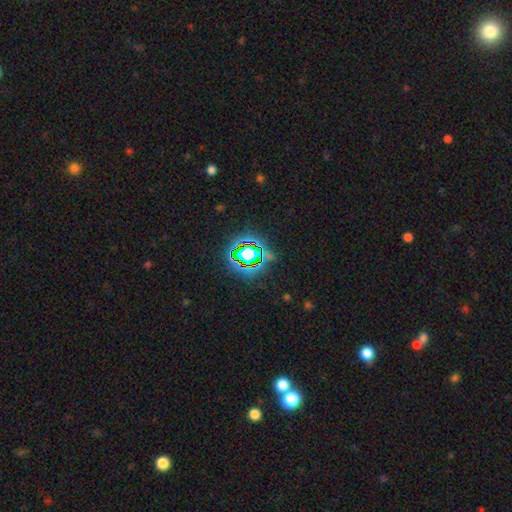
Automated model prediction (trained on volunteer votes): Smooth or featured? star or artifact (75%)